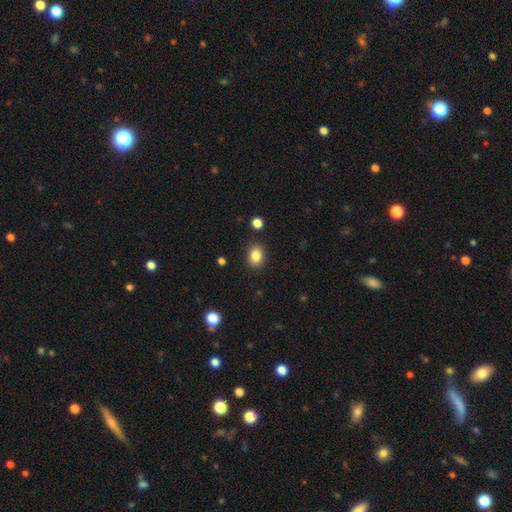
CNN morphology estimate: Q: Smooth or featured?
A: smooth (84%); runner-up: star or artifact (10%)
Q: How rounded?
A: in between (60%); runner-up: round (39%)
Q: Merging?
A: none (88%); runner-up: minor disturbance (8%)